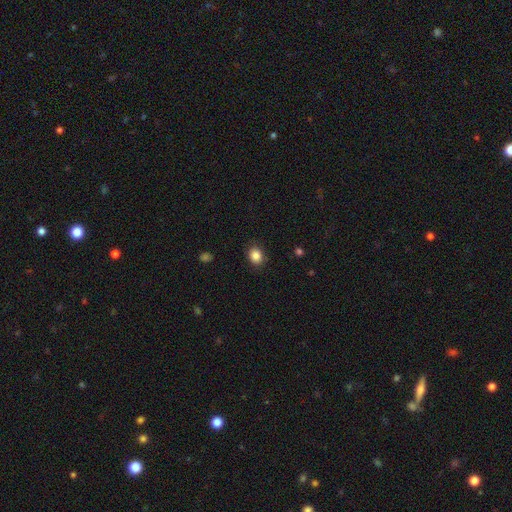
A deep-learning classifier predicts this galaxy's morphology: This is clearly a smooth galaxy (85%). How rounded: possibly round (56%). Merging: clearly none (87%).